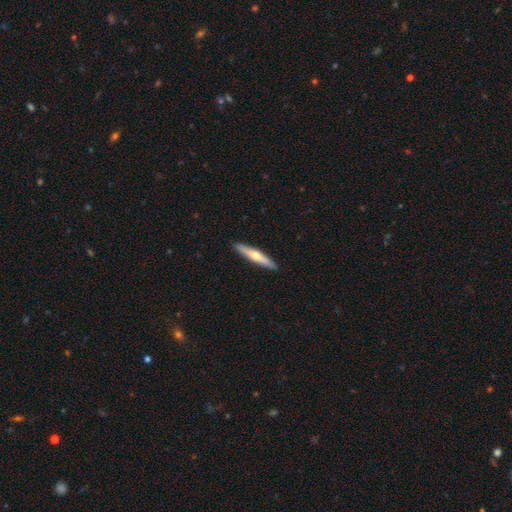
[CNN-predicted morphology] Overall: smooth (50%; featured or disk 45%). How rounded: cigar-shaped (91%). Merging: none (91%).